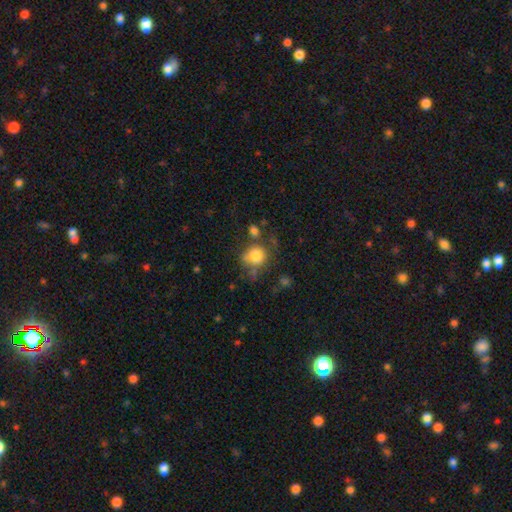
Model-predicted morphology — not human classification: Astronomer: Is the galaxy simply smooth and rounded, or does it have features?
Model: smooth — 79%.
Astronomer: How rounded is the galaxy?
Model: round — 78%.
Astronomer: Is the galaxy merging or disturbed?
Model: none — 53%.